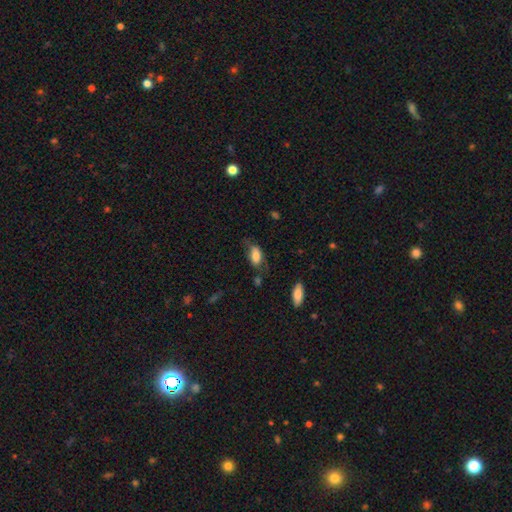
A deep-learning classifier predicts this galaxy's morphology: This is likely a smooth galaxy (76%). How rounded: clearly in between (90%). Merging: possibly none (51%).